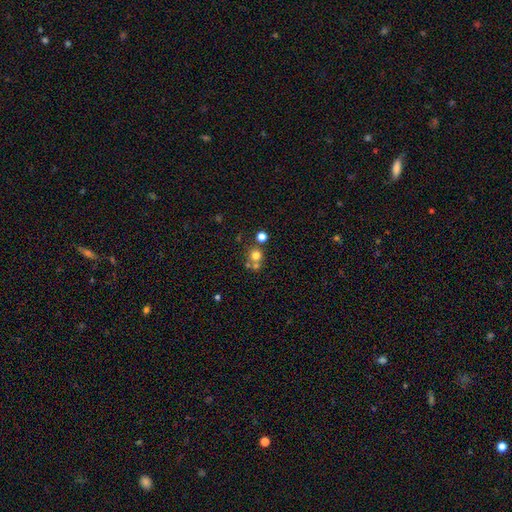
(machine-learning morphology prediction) This is likely a smooth galaxy (71%). How rounded: clearly round (89%). Merging: possibly none (54%).